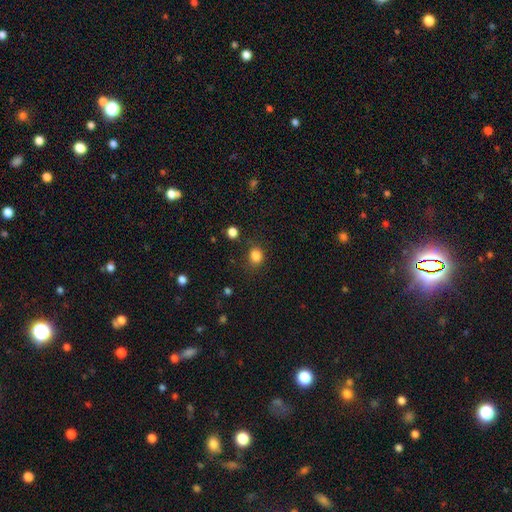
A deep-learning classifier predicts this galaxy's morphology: Overall: smooth (83%). How rounded: round (69%; in between 31%). Merging: none (80%).